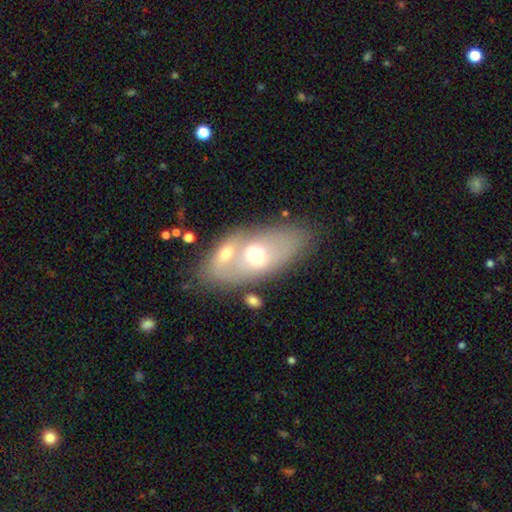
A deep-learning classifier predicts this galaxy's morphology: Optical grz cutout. It shows a smooth galaxy with no disk features (55%) that is in between round and cigar-shaped (86%). Merging: merger (47%).